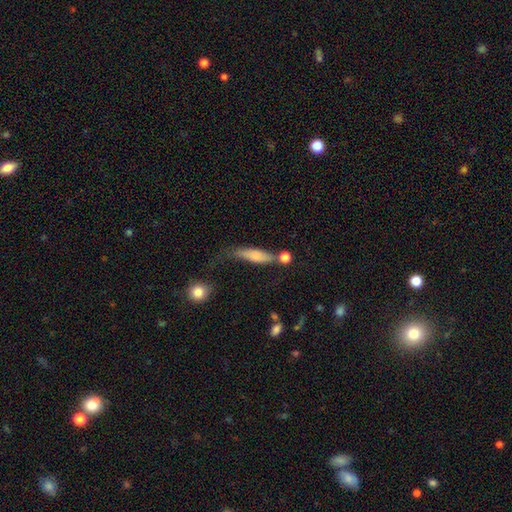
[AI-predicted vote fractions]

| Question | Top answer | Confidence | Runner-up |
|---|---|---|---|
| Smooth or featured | smooth | 68% | featured or disk (24%) |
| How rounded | cigar-shaped | 63% | in between (33%) |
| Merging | none | 44% | minor disturbance (25%) |